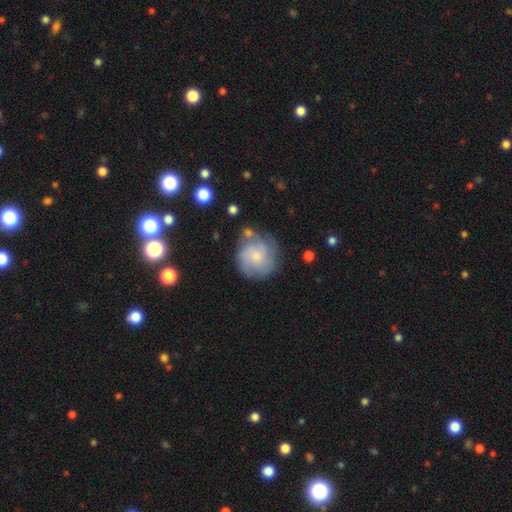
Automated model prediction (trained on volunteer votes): Overall: featured or disk (57%; smooth 36%). Edge-on disk: no (98%). Bar: no (77%). Spiral arms: yes (86%). Bulge size: small (63%; moderate 28%). Merging: none (66%).